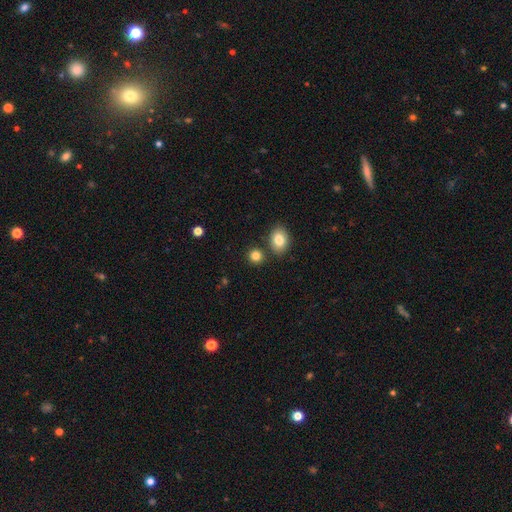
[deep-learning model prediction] Smooth or featured? Predicted: smooth (p=0.84). How rounded? Predicted: round (p=0.77). Merging? Predicted: none (p=0.78).